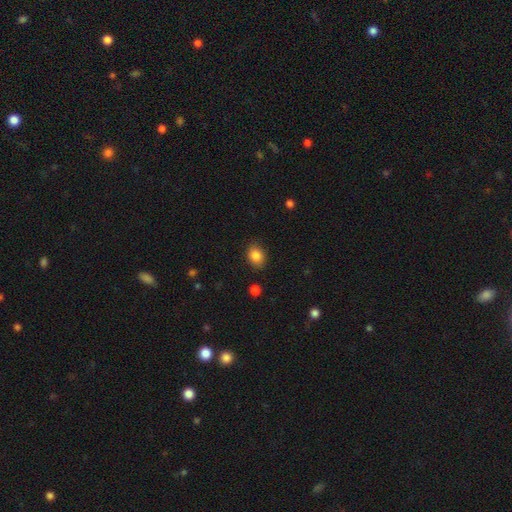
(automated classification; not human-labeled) This appears to be a smooth galaxy with no disk features (86%) that is in between round and cigar-shaped (60%). Merging: none (85%).